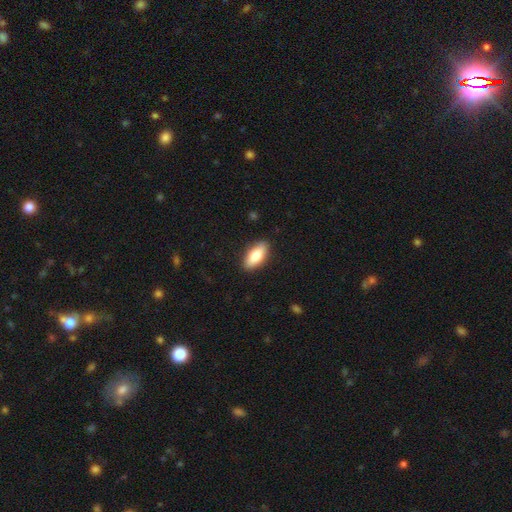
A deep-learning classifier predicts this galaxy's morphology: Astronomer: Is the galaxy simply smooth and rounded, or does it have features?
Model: smooth — 77%.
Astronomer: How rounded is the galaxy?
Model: in between — 84%.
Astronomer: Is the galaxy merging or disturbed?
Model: none — 88%.